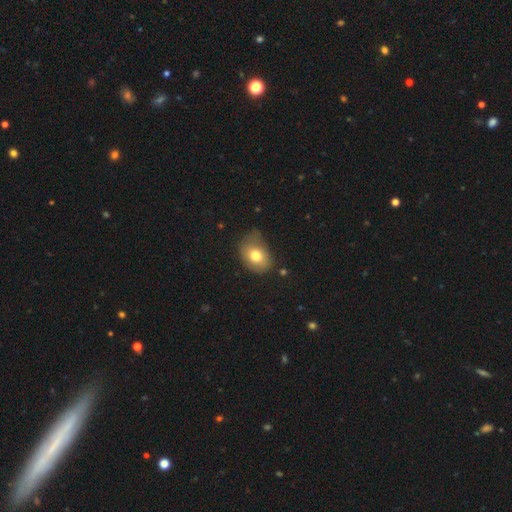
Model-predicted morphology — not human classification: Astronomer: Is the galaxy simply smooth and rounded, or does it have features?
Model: smooth — 76%.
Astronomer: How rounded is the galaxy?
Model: in between — 69%.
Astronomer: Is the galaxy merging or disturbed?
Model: none — 53% (runner-up: minor disturbance, 34%).